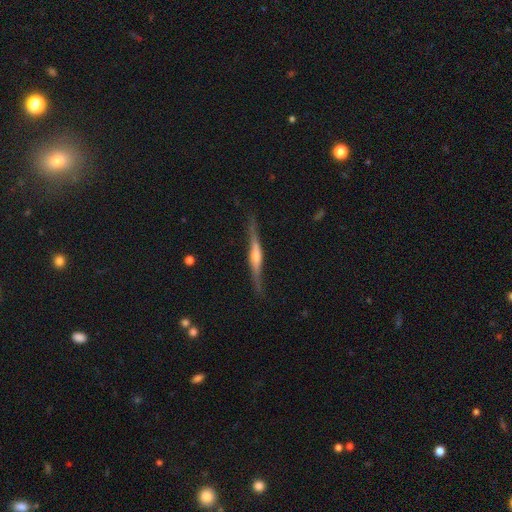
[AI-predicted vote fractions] Smooth or featured? Predicted: featured or disk (p=0.82). Edge-on disk? Predicted: yes (p=0.96). Edge-on bulge? Predicted: rounded (p=0.79). Merging? Predicted: none (p=0.82).